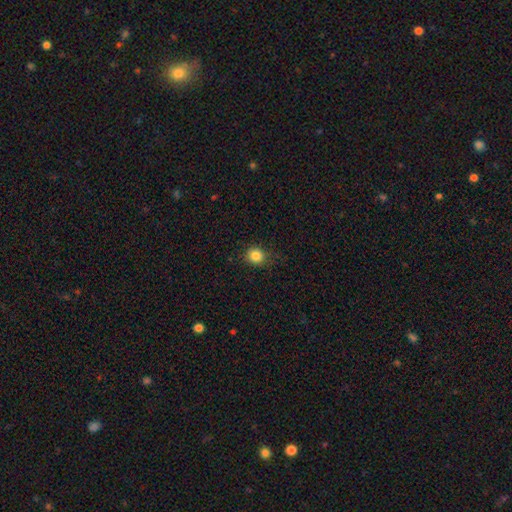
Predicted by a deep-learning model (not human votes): Smooth or featured?
  - smooth: 84% *
  - star or artifact: 11%
  - featured or disk: 5%
How rounded?
  - round: 86% *
  - in between: 13%
  - cigar-shaped: 1%
Merging?
  - none: 85% *
  - minor disturbance: 11%
  - major disturbance: 3%
  - merger: 1%